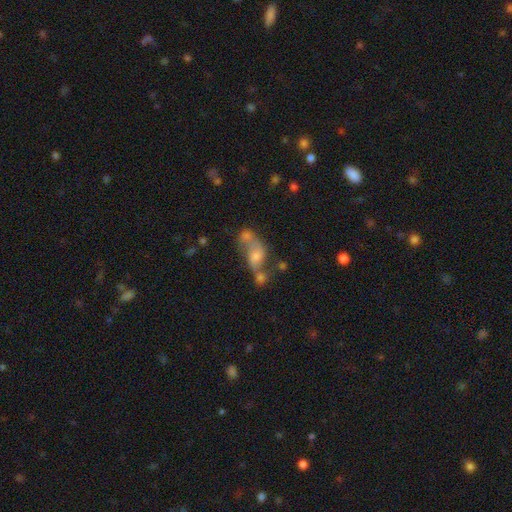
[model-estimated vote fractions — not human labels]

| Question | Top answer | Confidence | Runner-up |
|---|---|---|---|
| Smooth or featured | featured or disk | 43% | smooth (42%) |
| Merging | merger | 50% | none (25%) |